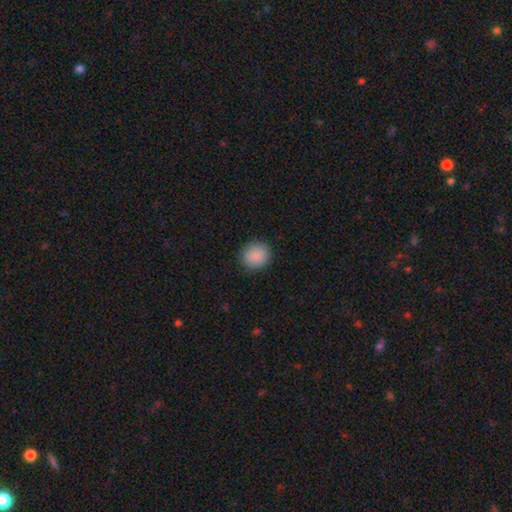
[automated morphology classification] This appears to be a smooth galaxy with no disk features (89%) that is round (81%). Merging: none (88%).